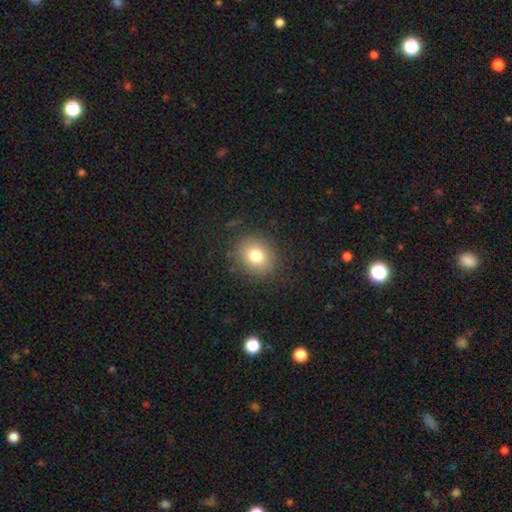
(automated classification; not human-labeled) smooth 78%, star or artifact 12%, featured or disk 10%. Down the decision tree: how rounded — round (73%); merging — none (87%).